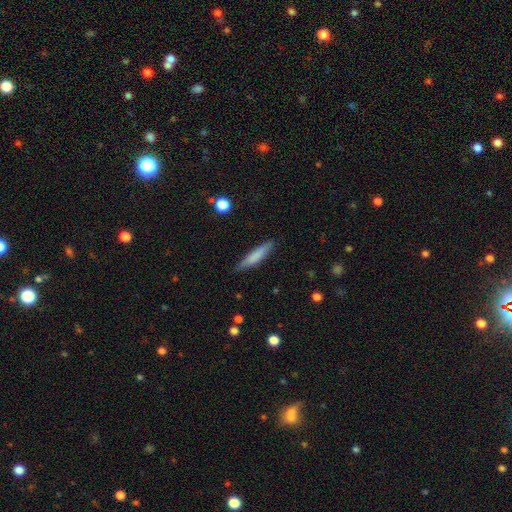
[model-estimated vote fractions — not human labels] Morphology: type=smooth (75%); roundness=cigar-shaped (87%); merging=none (83%).